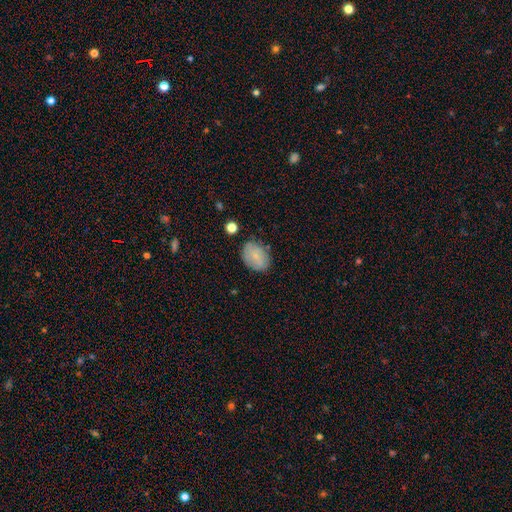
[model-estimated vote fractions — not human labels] Smooth or featured? Predicted: smooth (p=0.75). How rounded? Predicted: in between (p=0.73). Merging? Predicted: none (p=0.76).